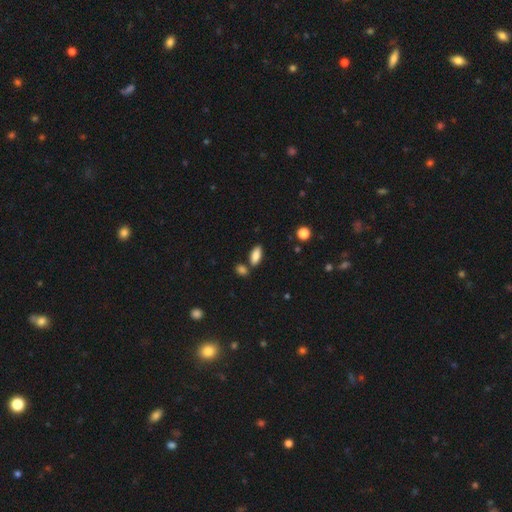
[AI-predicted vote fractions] A smooth galaxy with no disk features (86%) that is in between round and cigar-shaped (84%).

Vote fractions:
- Smooth or featured? smooth: 86% / featured or disk: 7% / star or artifact: 7%
- How rounded? in between: 84% / cigar-shaped: 13% / round: 3%
- Merging? none: 75% / merger: 11% / minor disturbance: 11% / major disturbance: 3%